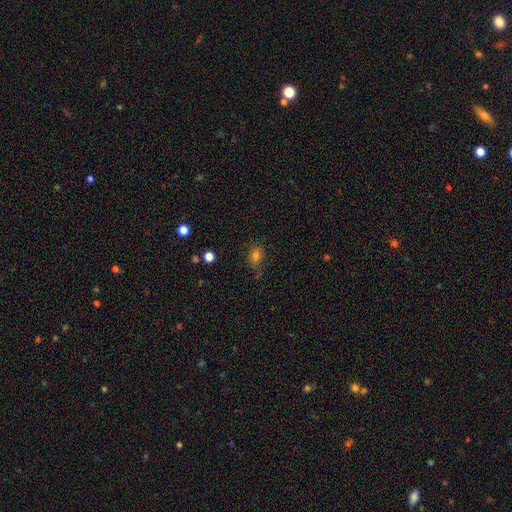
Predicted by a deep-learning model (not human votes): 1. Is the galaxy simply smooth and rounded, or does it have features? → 69% smooth, 20% star or artifact, 12% featured or disk.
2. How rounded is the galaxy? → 60% in between, 38% round, 2% cigar-shaped.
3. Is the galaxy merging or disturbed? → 67% none, 22% minor disturbance, 8% major disturbance, 3% merger.